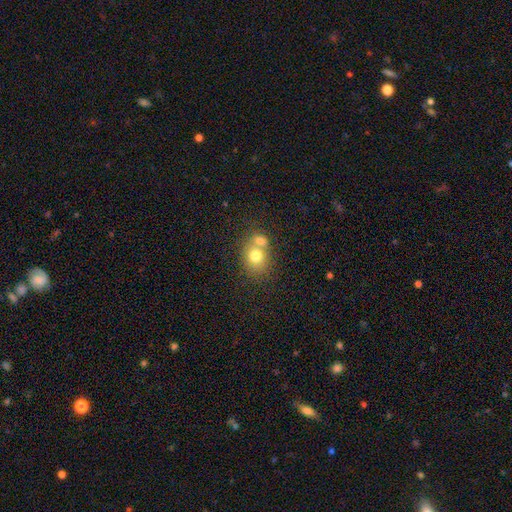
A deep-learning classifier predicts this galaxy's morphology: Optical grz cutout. It shows a smooth galaxy with no disk features (74%) that is round (62%). Merging: merger (51%).